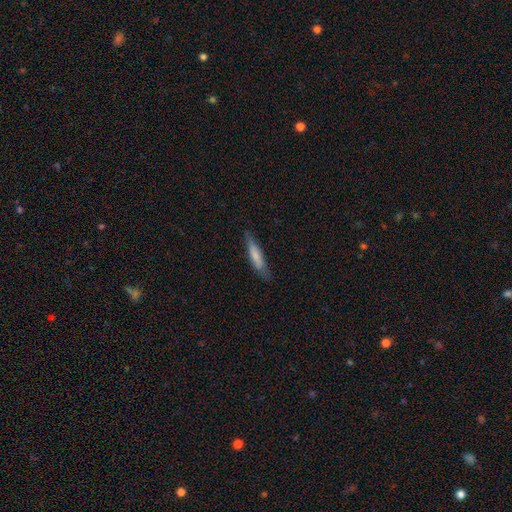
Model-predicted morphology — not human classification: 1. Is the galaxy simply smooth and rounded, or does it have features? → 71% smooth, 23% featured or disk, 6% star or artifact.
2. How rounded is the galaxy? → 85% cigar-shaped, 14% in between, 1% round.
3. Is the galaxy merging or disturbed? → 78% none, 17% minor disturbance, 4% major disturbance, 1% merger.